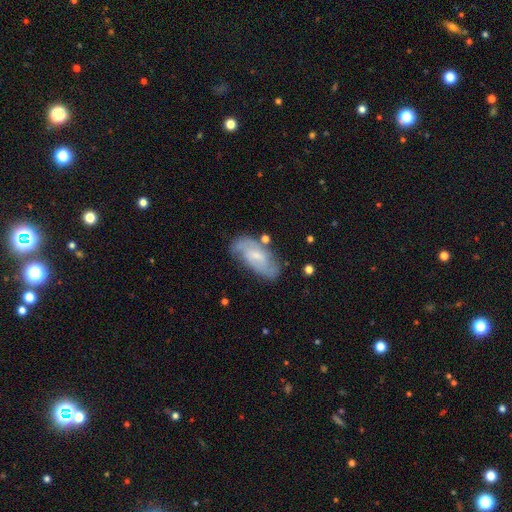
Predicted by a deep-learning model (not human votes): This appears to be a featured or disk galaxy (68%) with a weak bar (51%), 2 (71%) medium (45%) spiral arms (87%) and a small central bulge (59%). Merging: none (67%).